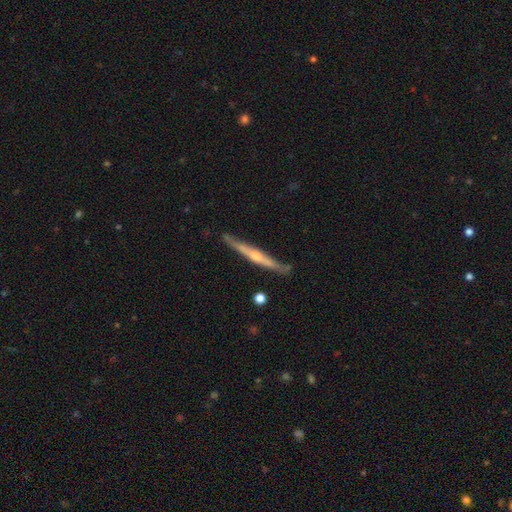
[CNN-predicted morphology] A featured or disk galaxy (73%) viewed edge-on (97%) with a rounded central bulge (72%). Merging: none (85%).